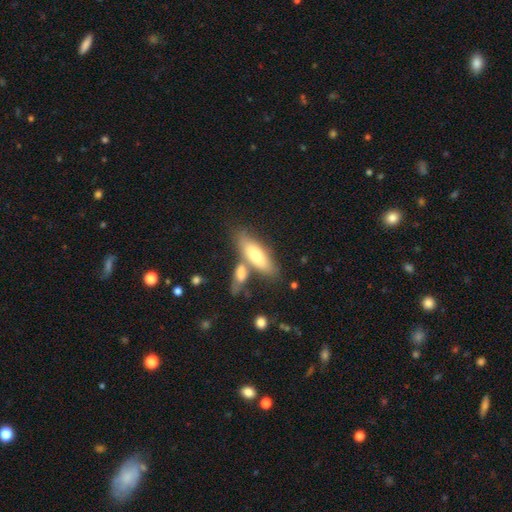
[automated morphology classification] Overall: smooth (67%; featured or disk 27%). How rounded: in between (60%; cigar-shaped 38%). Merging: none (51%; merger 33%).